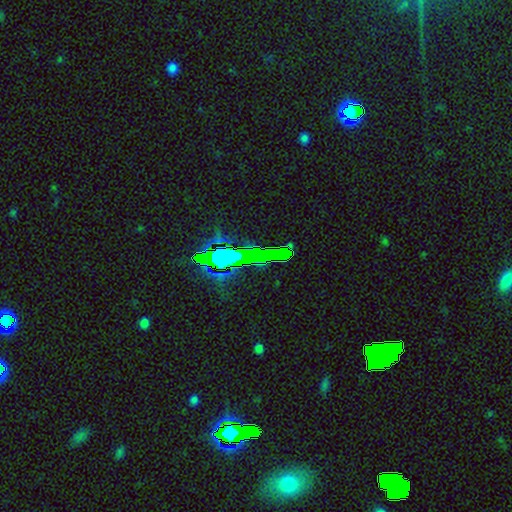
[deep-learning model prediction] A star or artifact, not a galaxy (64%).

Vote fractions:
- Smooth or featured? star or artifact: 64% / smooth: 22% / featured or disk: 14%